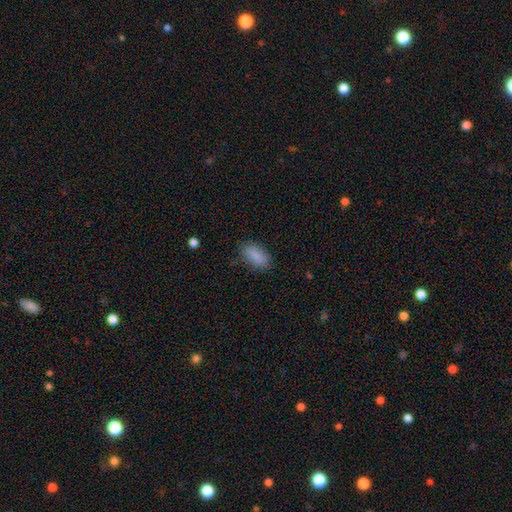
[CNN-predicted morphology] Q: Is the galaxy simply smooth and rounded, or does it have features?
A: smooth — 86%.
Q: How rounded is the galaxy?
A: in between — 89%.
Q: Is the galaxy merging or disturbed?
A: none — 80%.